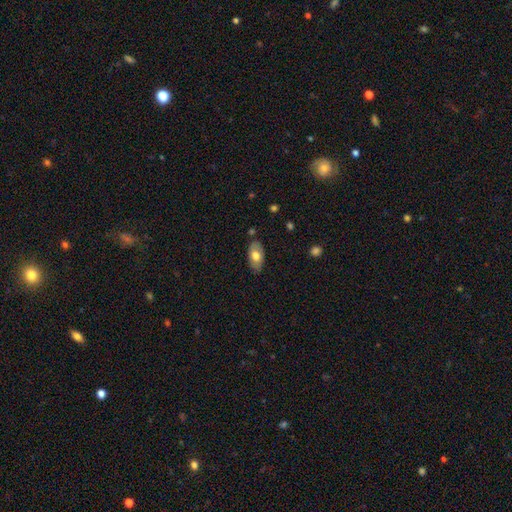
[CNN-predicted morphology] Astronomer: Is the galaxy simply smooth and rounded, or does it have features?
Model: smooth — 68%.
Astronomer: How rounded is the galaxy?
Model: in between — 93%.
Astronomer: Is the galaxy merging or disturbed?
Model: none — 82%.